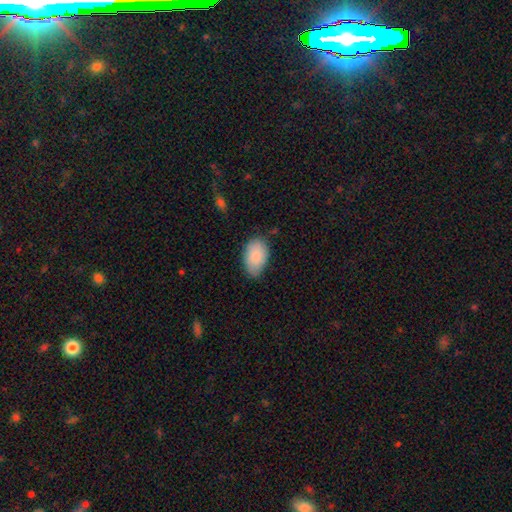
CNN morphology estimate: Smooth or featured?
  - smooth: 86% *
  - featured or disk: 8%
  - star or artifact: 6%
How rounded?
  - in between: 92% *
  - round: 7%
  - cigar-shaped: 1%
Merging?
  - none: 69% *
  - minor disturbance: 26%
  - major disturbance: 4%
  - merger: 1%